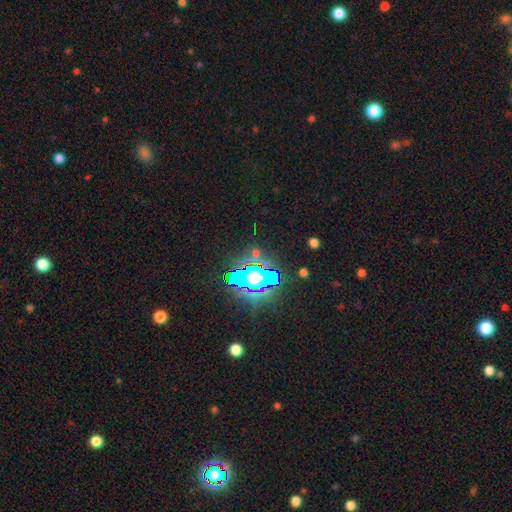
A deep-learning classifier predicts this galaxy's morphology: Smooth or featured?
  - star or artifact: 61% *
  - smooth: 25%
  - featured or disk: 14%